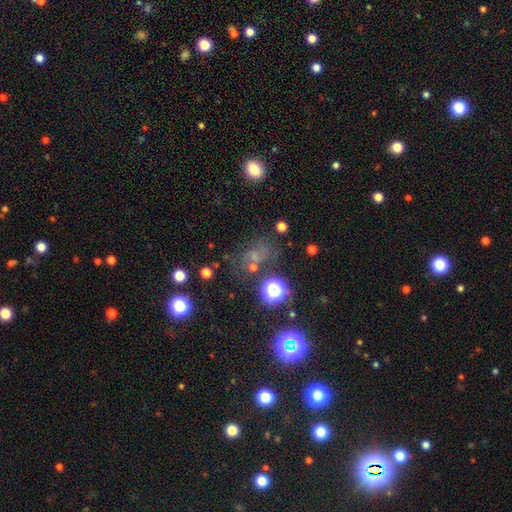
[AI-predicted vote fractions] smooth-or-featured: smooth: 39% (tied) | star or artifact: 39% (tied) | featured or disk: 22%
  merging: none: 55% | minor disturbance: 19% | major disturbance: 17% | merger: 9%